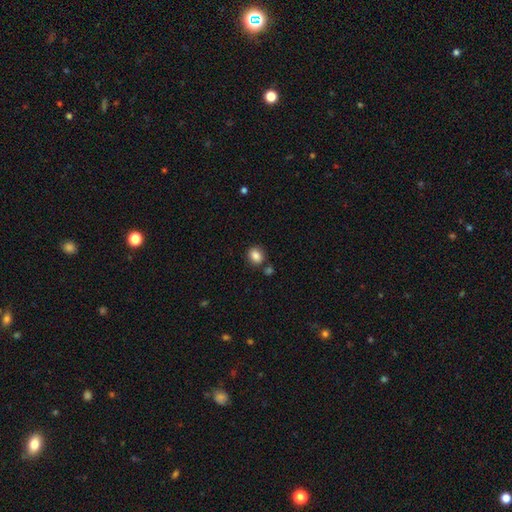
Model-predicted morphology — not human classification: Smooth or featured? smooth (86%)
How rounded? in between (52%)
Merging? none (77%)